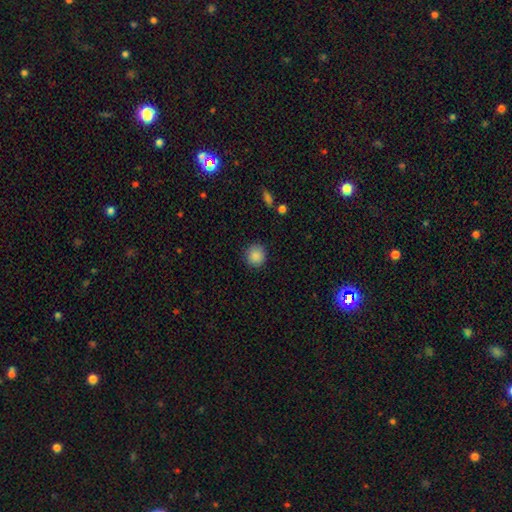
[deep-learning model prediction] Smooth or featured? Predicted: smooth (p=0.87). How rounded? Predicted: round (p=0.91). Merging? Predicted: none (p=0.88).